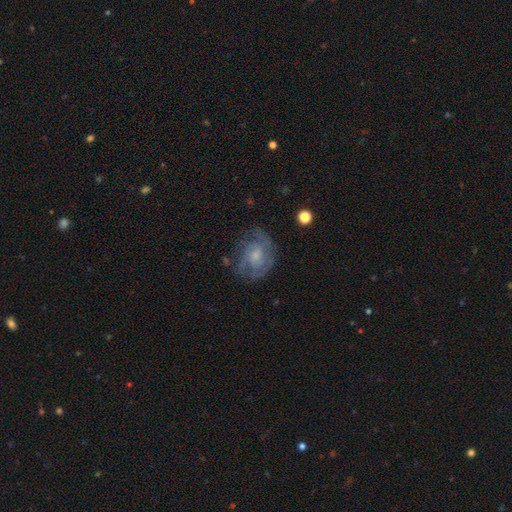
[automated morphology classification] Overall: featured or disk (63%; smooth 28%). Edge-on disk: no (97%). Bar: no (75%). Spiral arms: yes (73%). Bulge size: small (43%; moderate 35%). Merging: none (62%).